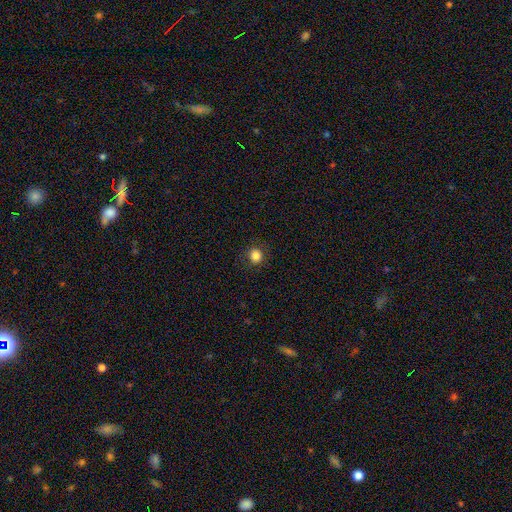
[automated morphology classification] This is clearly a smooth galaxy (85%). How rounded: clearly round (90%). Merging: clearly none (90%).